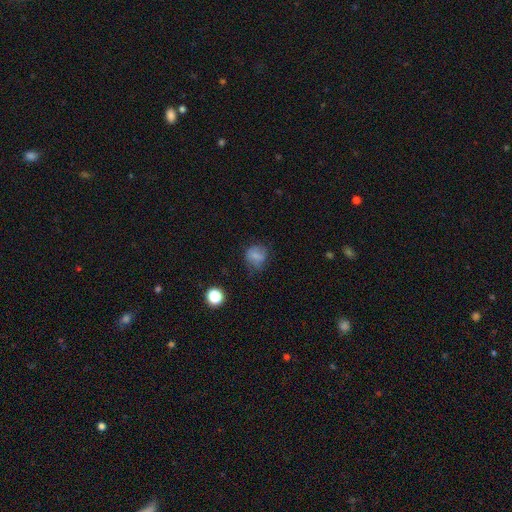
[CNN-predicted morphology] smooth_or_featured: smooth (p=0.72) [alt: featured or disk p=0.15]
how_rounded: round (p=0.74) [alt: in between p=0.25]
merging: none (p=0.63) [alt: minor disturbance p=0.24]